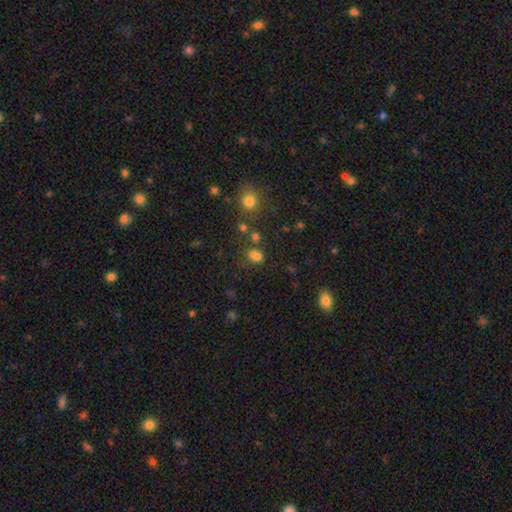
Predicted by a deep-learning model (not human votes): Overall: smooth (73%). How rounded: in between (55%; round 43%). Merging: none (58%).